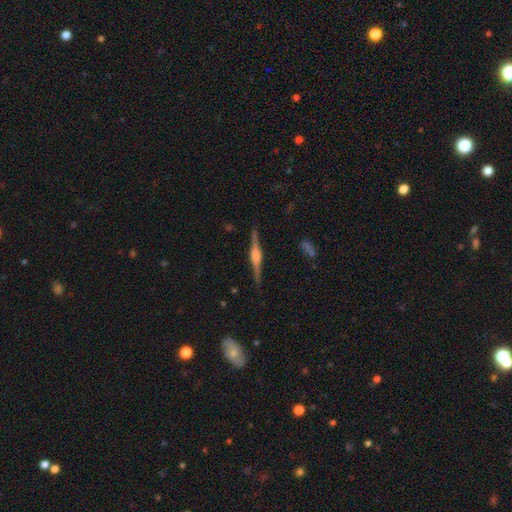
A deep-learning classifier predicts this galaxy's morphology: smooth_or_featured: featured or disk (p=0.84) [alt: smooth p=0.10]
disk_edge_on: yes (p=0.98) [alt: no p=0.02]
edge_on_bulge: rounded (p=0.71) [alt: boxy p=0.25]
merging: none (p=0.89) [alt: minor disturbance p=0.08]